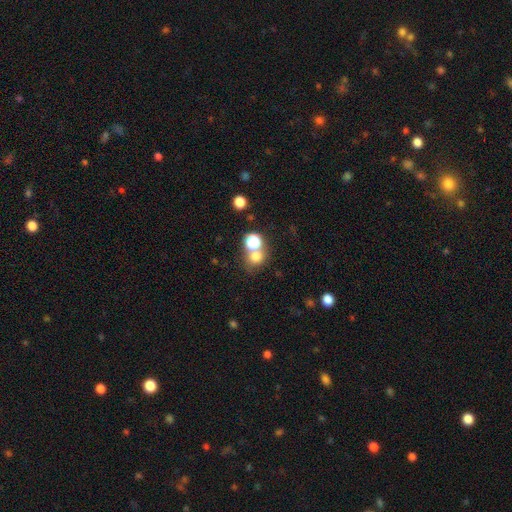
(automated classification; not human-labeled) The model was most divided on "merging": none: 51%, merger: 36%, minor disturbance: 8%, major disturbance: 5%. More confident: how rounded — round (78%); smooth or featured — smooth (71%).